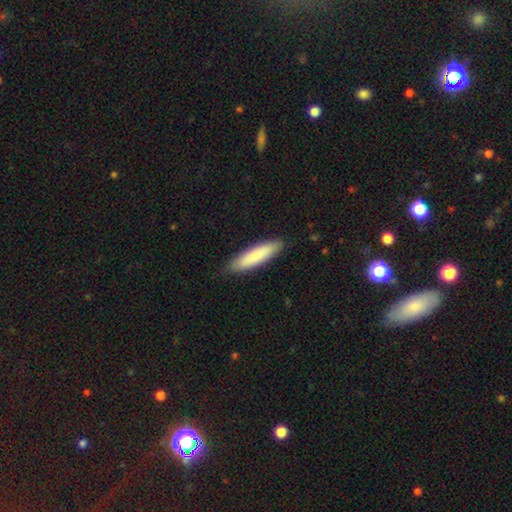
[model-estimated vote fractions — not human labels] Q: Smooth or featured?
A: smooth (84%); runner-up: featured or disk (11%)
Q: How rounded?
A: cigar-shaped (76%); runner-up: in between (23%)
Q: Merging?
A: none (88%); runner-up: minor disturbance (10%)